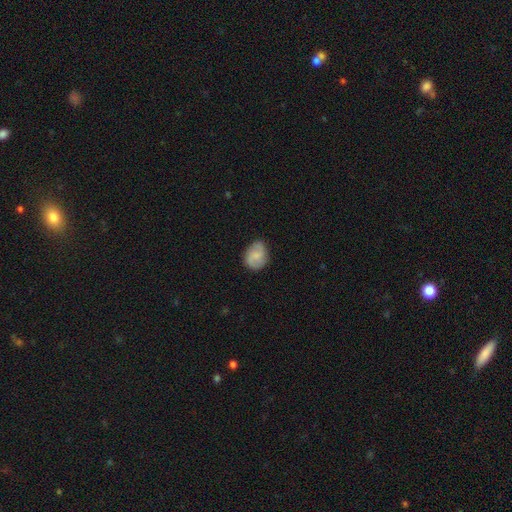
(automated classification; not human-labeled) A smooth galaxy with no disk features (57%) that is in between round and cigar-shaped (59%). Merging: none (78%).